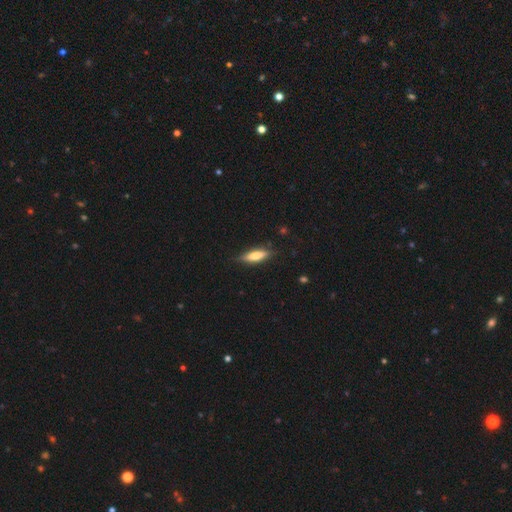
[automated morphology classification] Smooth or featured? smooth (69%)
How rounded? cigar-shaped (59%)
Merging? none (82%)